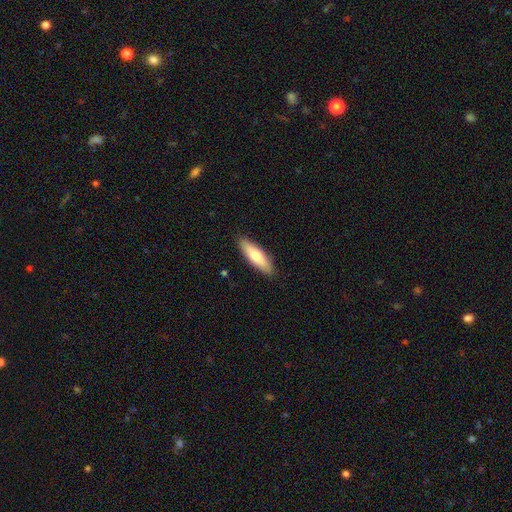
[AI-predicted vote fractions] Smooth or featured? Predicted: smooth (p=0.69). How rounded? Predicted: cigar-shaped (p=0.55). Merging? Predicted: none (p=0.88).